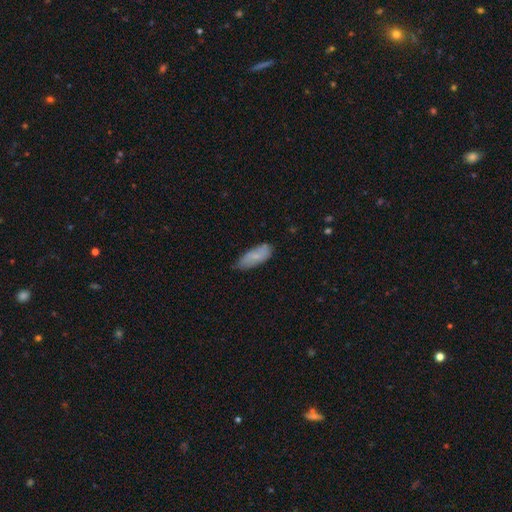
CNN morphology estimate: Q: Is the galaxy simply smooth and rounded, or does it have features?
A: smooth — 72%.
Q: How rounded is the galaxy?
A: in between — 78%.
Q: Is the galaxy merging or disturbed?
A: none — 64%.